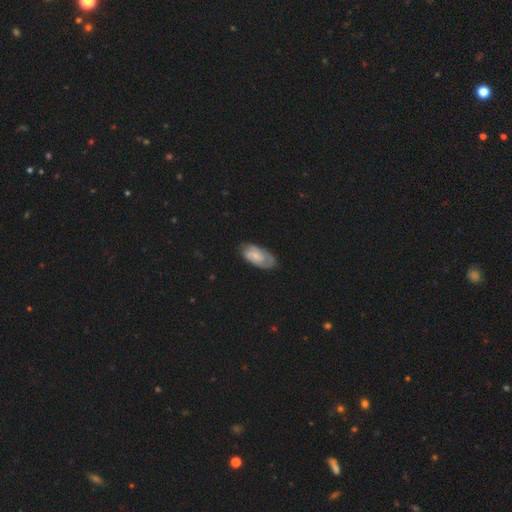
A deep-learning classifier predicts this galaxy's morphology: Overall: featured or disk (56%; smooth 37%). Edge-on disk: no (94%). Bar: no (51%; weak 42%). Spiral arms: yes (84%). Bulge size: small (58%; moderate 25%). Merging: none (72%).